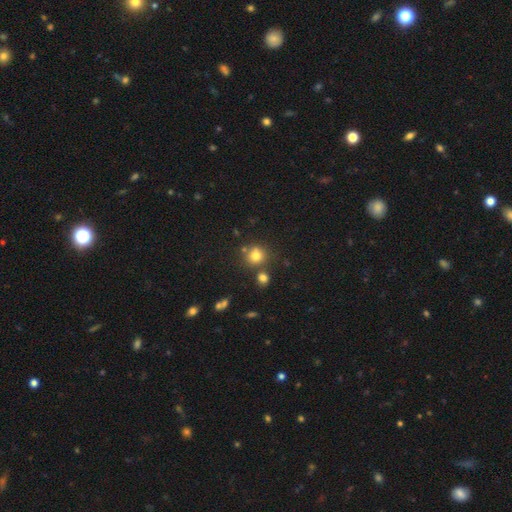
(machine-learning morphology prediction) This appears to be a smooth galaxy with no disk features (77%) that is round (86%). Merging: none (70%).